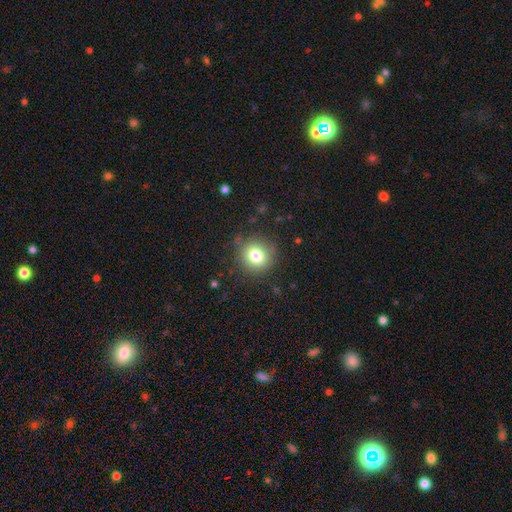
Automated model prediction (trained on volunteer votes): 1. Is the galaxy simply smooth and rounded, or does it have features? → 78% smooth, 13% star or artifact, 10% featured or disk.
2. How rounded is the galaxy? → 87% round, 12% in between, 1% cigar-shaped.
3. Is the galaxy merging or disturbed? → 85% none, 10% minor disturbance, 4% major disturbance, 1% merger.